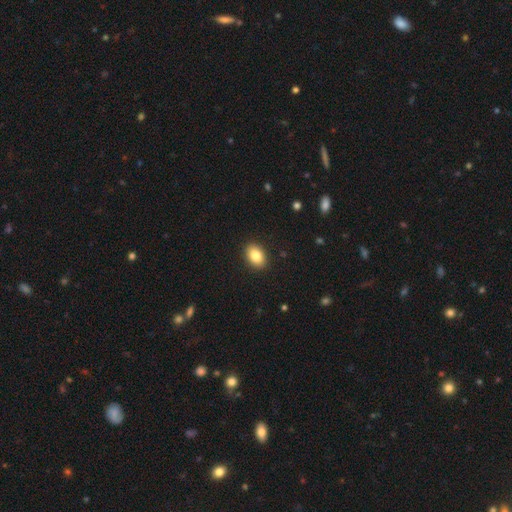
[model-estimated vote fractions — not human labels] smooth-or-featured: smooth: 84% | star or artifact: 8% | featured or disk: 8%
  how-rounded: in between: 85% | round: 14% | cigar-shaped: 1%
  merging: none: 90% | minor disturbance: 7% | major disturbance: 2% | merger: 1%